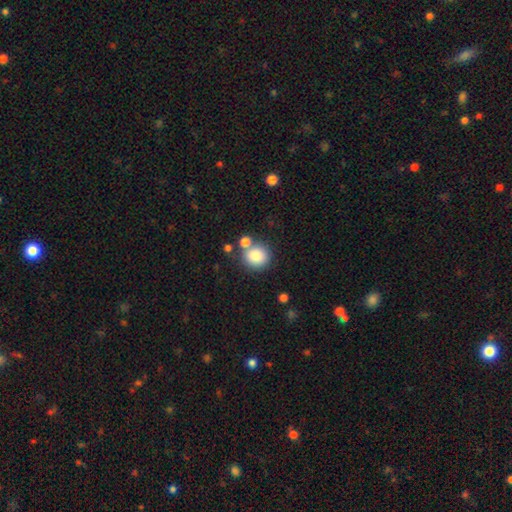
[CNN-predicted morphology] Q: Smooth or featured?
A: smooth (85%); runner-up: star or artifact (9%)
Q: How rounded?
A: round (86%); runner-up: in between (13%)
Q: Merging?
A: none (67%); runner-up: merger (19%)